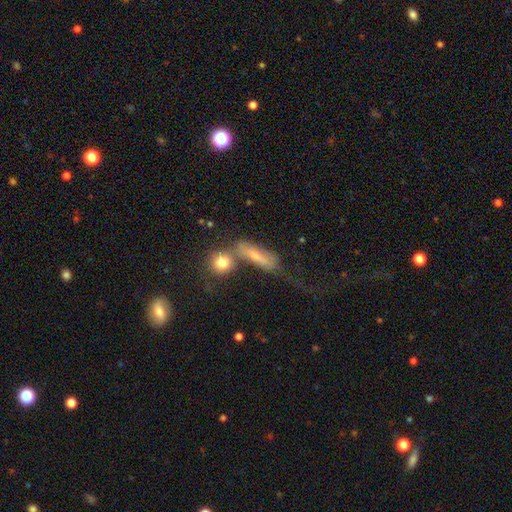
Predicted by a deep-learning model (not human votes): Smooth or featured?
  - smooth: 53% *
  - featured or disk: 35%
  - star or artifact: 12%
How rounded?
  - cigar-shaped: 49% *
  - in between: 39%
  - round: 12%
Merging?
  - none: 35% *
  - merger: 33%
  - major disturbance: 17%
  - minor disturbance: 16%